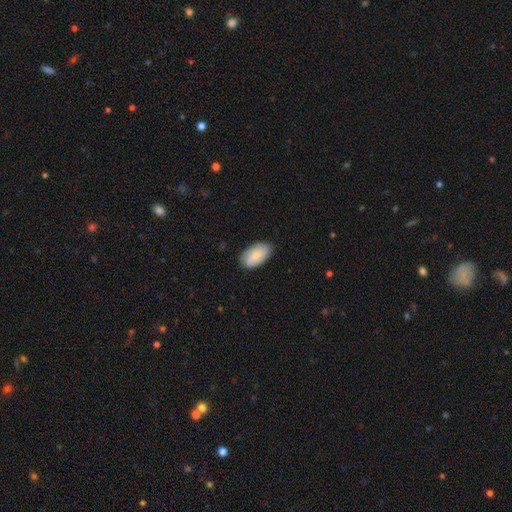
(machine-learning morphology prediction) Smooth or featured: smooth — 73% (featured or disk — 21%)
How rounded: in between — 94% (round — 4%)
Merging: none — 79% (minor disturbance — 17%)